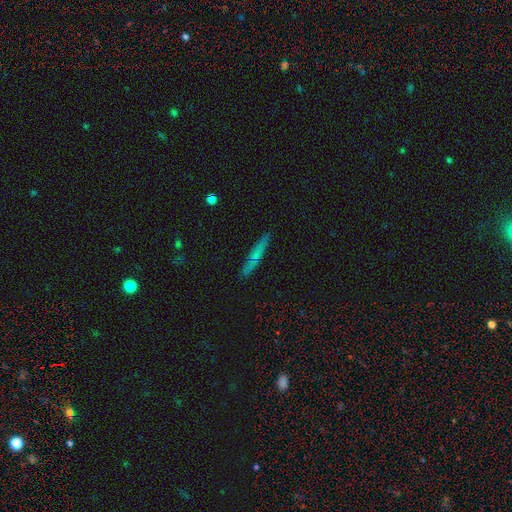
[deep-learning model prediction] This is possibly a smooth galaxy (53%). How rounded: clearly cigar-shaped (94%). Merging: clearly none (88%).